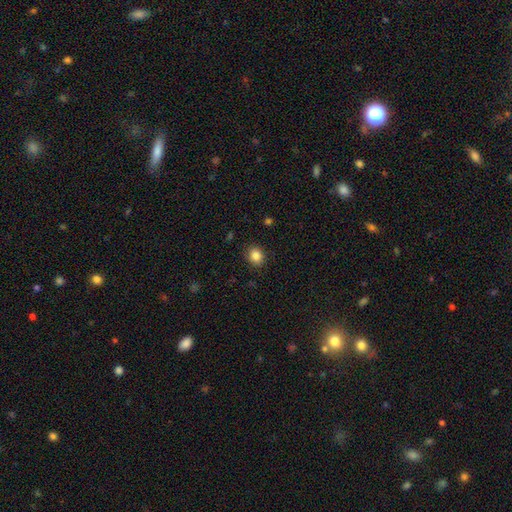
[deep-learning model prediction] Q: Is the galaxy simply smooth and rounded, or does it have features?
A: smooth — 85%.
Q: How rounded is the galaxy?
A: round — 72%.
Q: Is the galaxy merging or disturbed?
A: none — 89%.